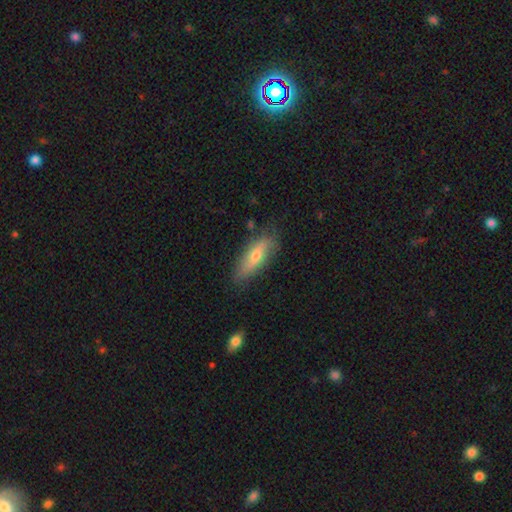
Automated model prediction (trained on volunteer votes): Smooth or featured? Predicted: smooth (p=0.56). How rounded? Predicted: in between (p=0.50). Merging? Predicted: none (p=0.75).